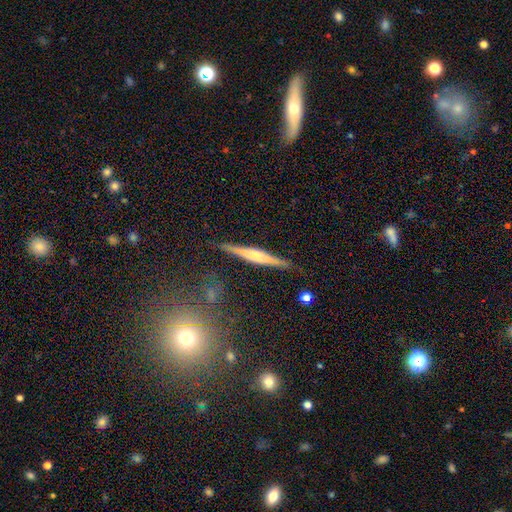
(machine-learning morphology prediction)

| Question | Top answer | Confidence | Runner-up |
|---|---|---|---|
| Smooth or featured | featured or disk | 60% | smooth (34%) |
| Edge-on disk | yes | 97% | no (3%) |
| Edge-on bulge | rounded | 61% | none (19%) |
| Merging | none | 88% | minor disturbance (9%) |